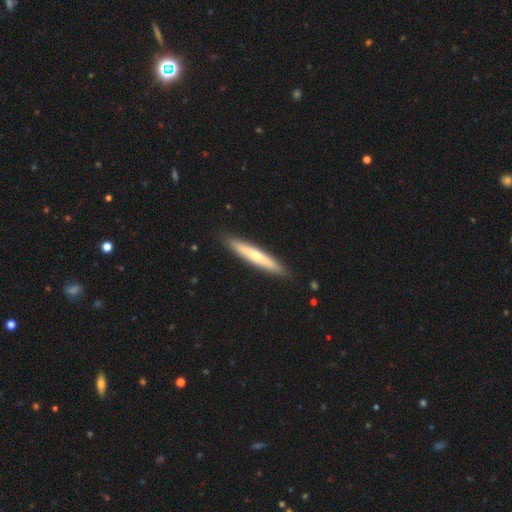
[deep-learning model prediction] Smooth or featured?
  - smooth: 52% *
  - featured or disk: 43%
  - star or artifact: 5%
How rounded?
  - cigar-shaped: 94% *
  - in between: 5%
  - round: 1%
Merging?
  - none: 90% *
  - minor disturbance: 7%
  - major disturbance: 1%
  - merger: 1%